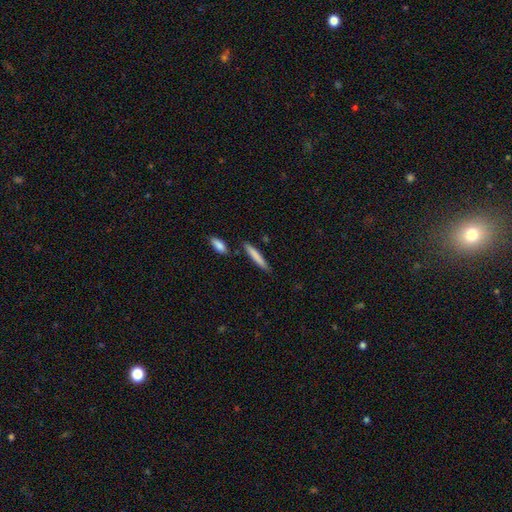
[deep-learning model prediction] Smooth or featured: smooth — 77% (featured or disk — 17%)
How rounded: cigar-shaped — 92% (in between — 7%)
Merging: none — 83% (minor disturbance — 10%)